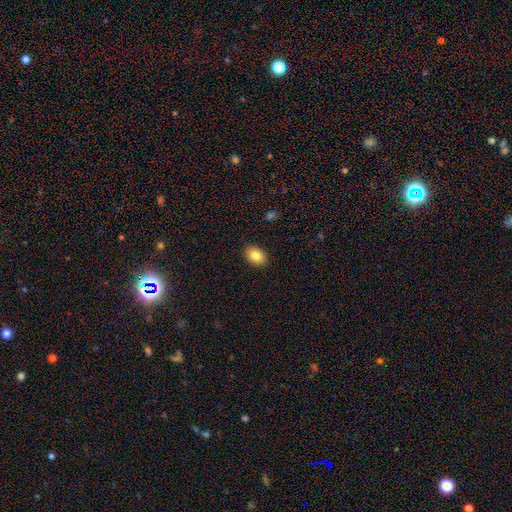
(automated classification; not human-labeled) smooth_or_featured: smooth (p=0.86) [alt: star or artifact p=0.08]
how_rounded: in between (p=0.79) [alt: round p=0.20]
merging: none (p=0.90) [alt: minor disturbance p=0.08]